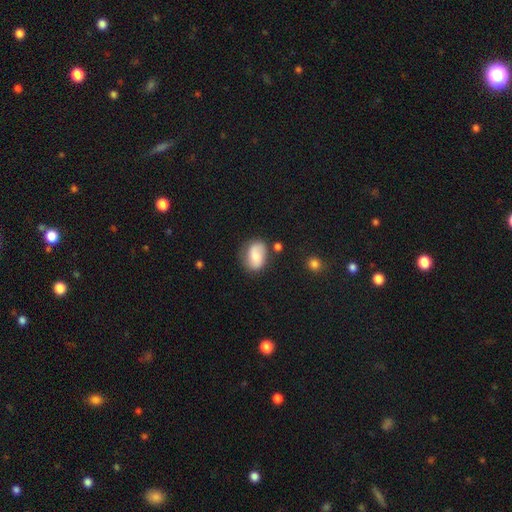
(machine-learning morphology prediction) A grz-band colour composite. It shows a smooth galaxy with no disk features (58%) that is in between round and cigar-shaped (74%). Merging: none (64%).